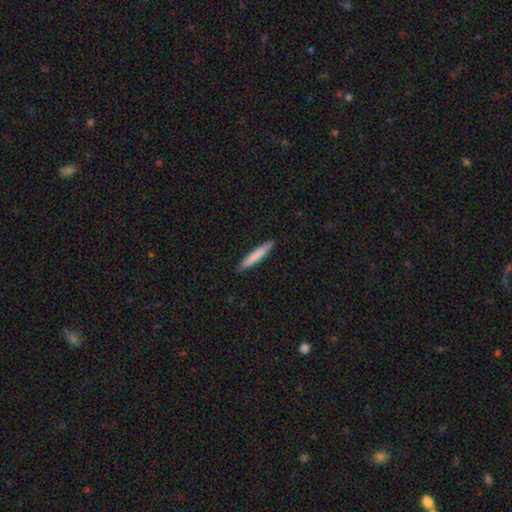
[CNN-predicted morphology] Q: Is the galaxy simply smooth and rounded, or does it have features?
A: smooth — 79%.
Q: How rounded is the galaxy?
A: cigar-shaped — 94%.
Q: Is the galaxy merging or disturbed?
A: none — 90%.